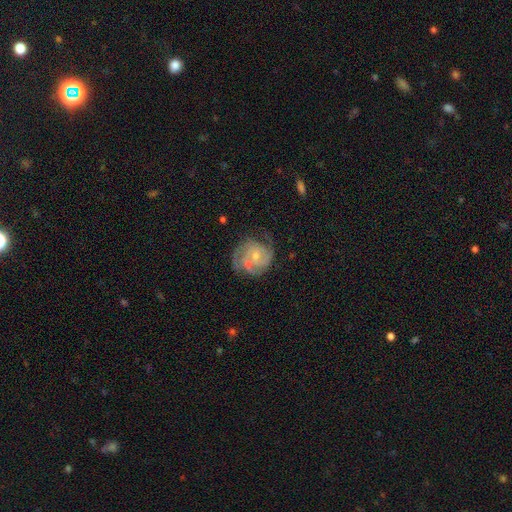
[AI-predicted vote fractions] This appears to be a featured or disk galaxy (78%) with no bar (71%), 2 (37%) tight (52%) spiral arms (92%) and a small central bulge (56%). Merging: none (49%).